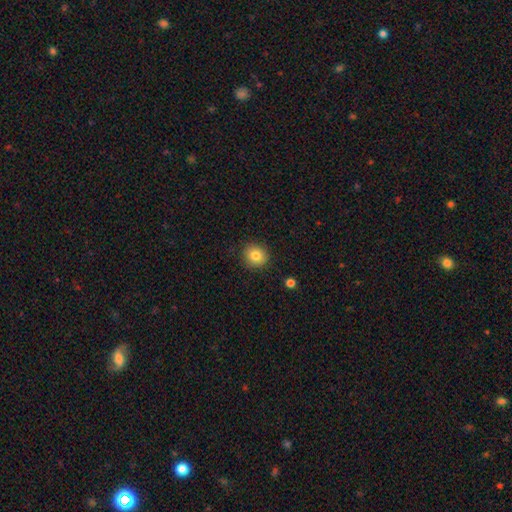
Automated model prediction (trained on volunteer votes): This appears to be a smooth galaxy with no disk features (83%) that is round (86%). Merging: none (90%).